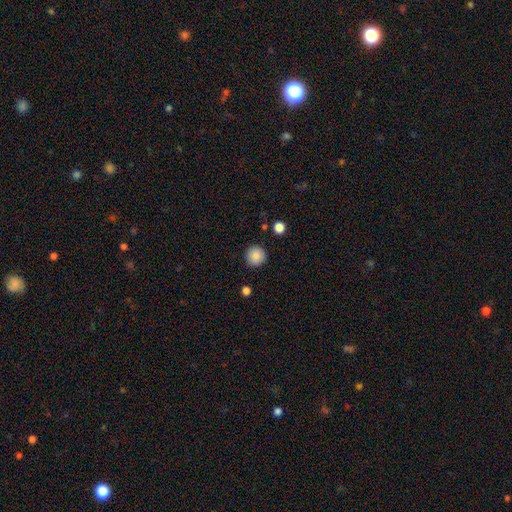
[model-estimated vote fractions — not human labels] Q: Smooth or featured?
A: smooth (87%); runner-up: star or artifact (9%)
Q: How rounded?
A: round (96%); runner-up: in between (3%)
Q: Merging?
A: none (91%); runner-up: minor disturbance (6%)